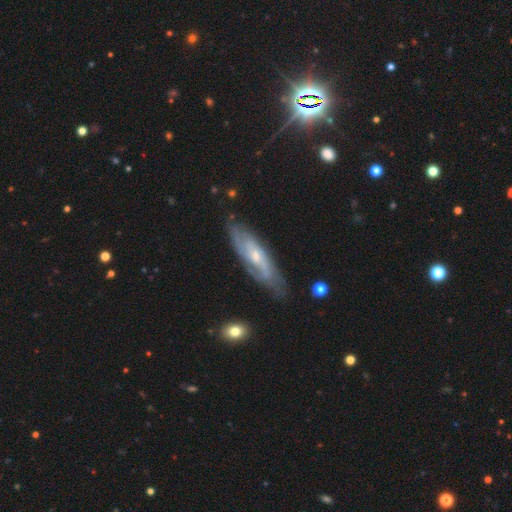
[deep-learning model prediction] A featured or disk galaxy (78%) with no bar (58%), tight (51%) spiral arms (90%) and a small central bulge (58%).

Vote fractions:
- Smooth or featured? featured or disk: 78% / smooth: 16% / star or artifact: 6%
- Edge-on disk? no: 78% / yes: 22%
- Bar? no: 58% / weak: 34% / strong: 7%
- Spiral arms? yes: 90% / no: 10%
- Spiral winding? tight: 51% / medium: 37% / loose: 12%
- Spiral arm count? can't tell: 46% / 2: 31% / 3: 12% / 4: 5% / 1: 4% / more than 4: 3%
- Bulge size? small: 58% / moderate: 37% / none: 2% / large: 2% / dominant: 1%
- Merging? none: 73% / minor disturbance: 20% / major disturbance: 6% / merger: 2%